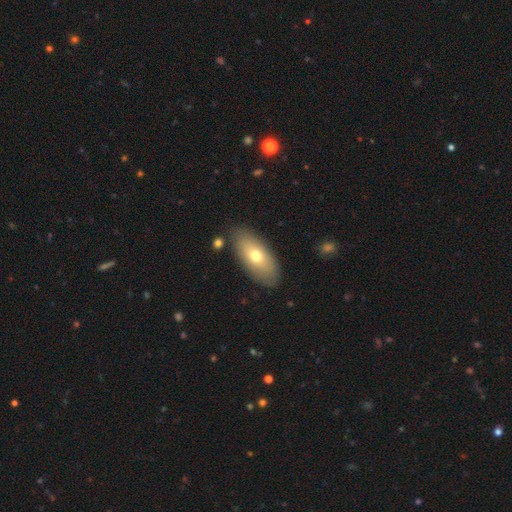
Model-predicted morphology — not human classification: Smooth or featured: smooth — 65% (featured or disk — 28%)
How rounded: in between — 87% (cigar-shaped — 9%)
Merging: none — 83% (minor disturbance — 11%)